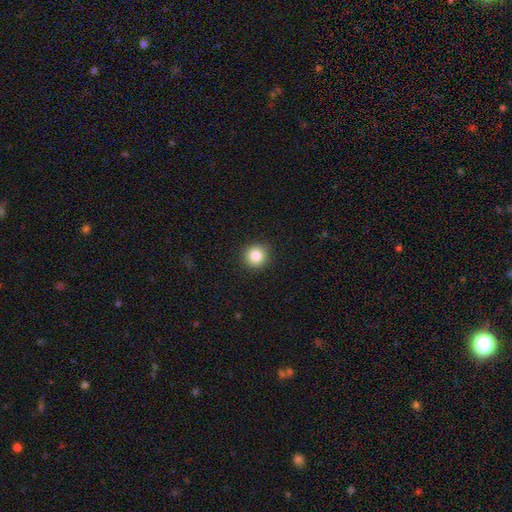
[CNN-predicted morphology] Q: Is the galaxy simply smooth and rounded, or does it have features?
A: smooth — 85%.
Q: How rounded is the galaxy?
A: round — 93%.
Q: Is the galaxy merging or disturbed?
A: none — 92%.